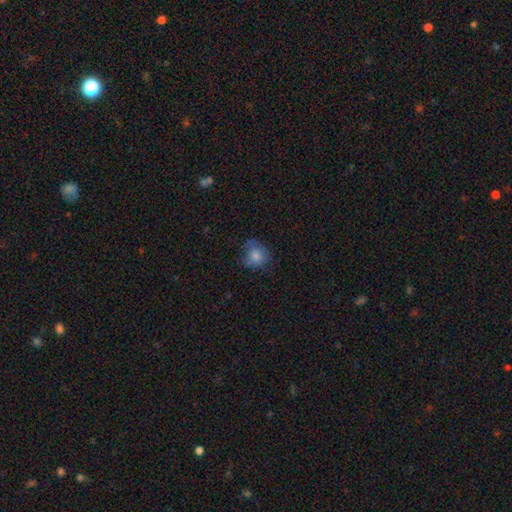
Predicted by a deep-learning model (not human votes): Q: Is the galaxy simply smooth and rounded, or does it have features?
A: smooth — 78%.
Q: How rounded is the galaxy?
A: round — 77%.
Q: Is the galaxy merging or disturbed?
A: none — 62%.